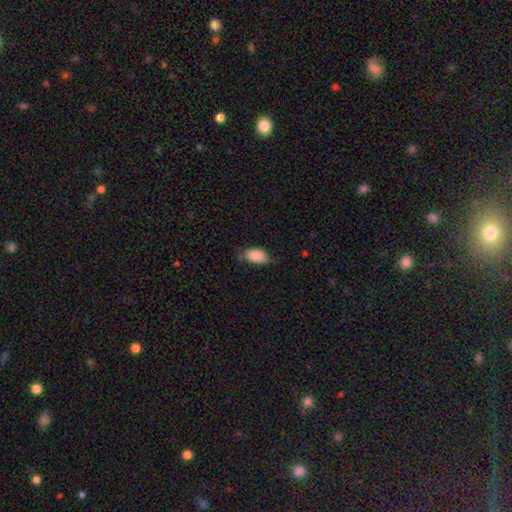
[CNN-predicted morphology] Overall: smooth (86%). How rounded: in between (92%). Merging: none (57%; minor disturbance 33%).